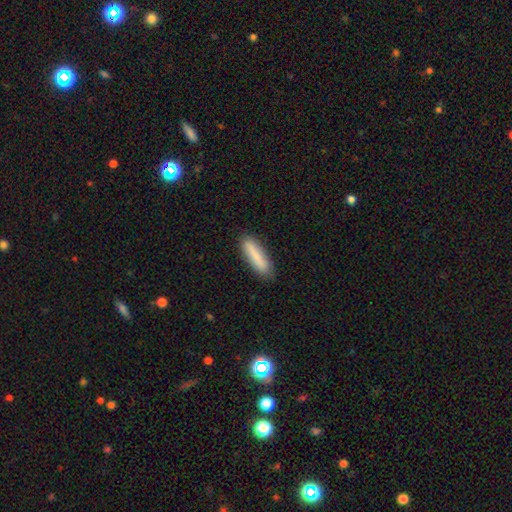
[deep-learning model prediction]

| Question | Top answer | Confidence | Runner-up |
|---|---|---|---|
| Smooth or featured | smooth | 84% | featured or disk (9%) |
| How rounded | cigar-shaped | 75% | in between (23%) |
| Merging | none | 86% | minor disturbance (11%) |